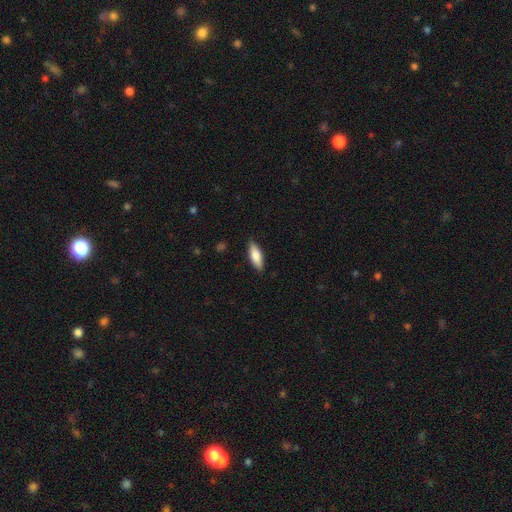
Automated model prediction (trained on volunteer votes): The model was most divided on "how rounded": in between: 61%, cigar-shaped: 37%, round: 2%. More confident: merging — none (88%); smooth or featured — smooth (78%).